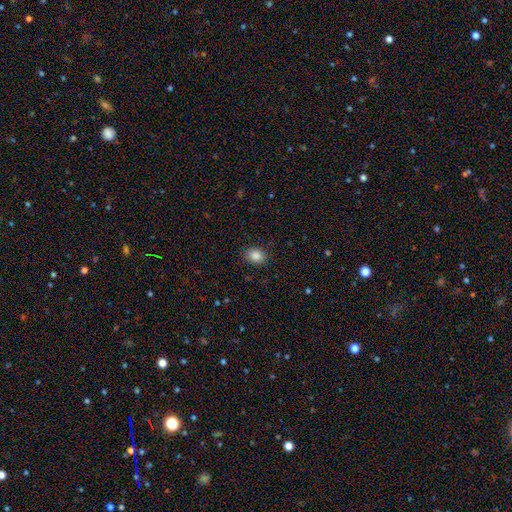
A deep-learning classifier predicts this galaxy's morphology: Smooth or featured?
  - smooth: 86% *
  - star or artifact: 9%
  - featured or disk: 5%
How rounded?
  - in between: 64% *
  - round: 35%
  - cigar-shaped: 1%
Merging?
  - none: 85% *
  - minor disturbance: 11%
  - major disturbance: 3%
  - merger: 1%